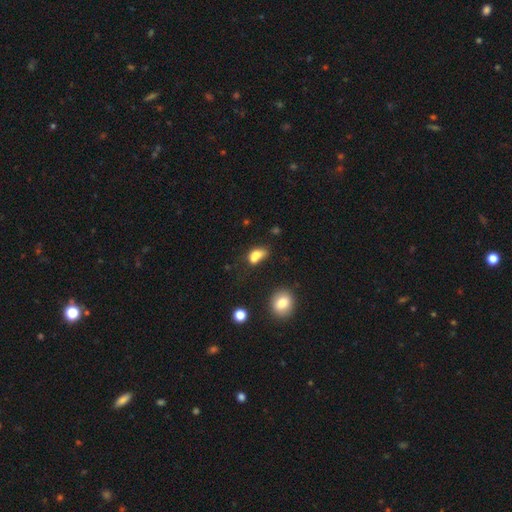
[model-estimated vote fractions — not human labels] smooth-or-featured: smooth: 76% | featured or disk: 12% | star or artifact: 11%
  how-rounded: in between: 76% | round: 19% | cigar-shaped: 6%
  merging: merger: 36% | none: 32% | minor disturbance: 19% | major disturbance: 12%